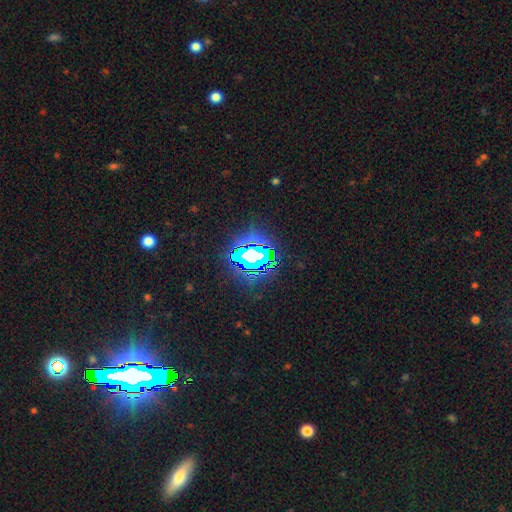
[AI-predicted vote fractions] This appears to be a star or artifact, not a galaxy (69%).